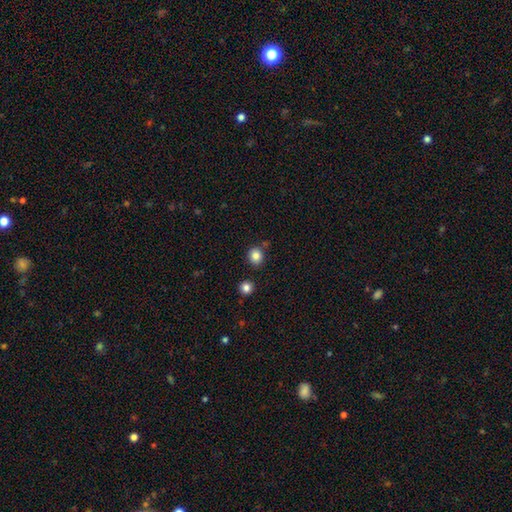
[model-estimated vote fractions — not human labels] Smooth or featured? smooth (85%)
How rounded? round (77%)
Merging? none (82%)